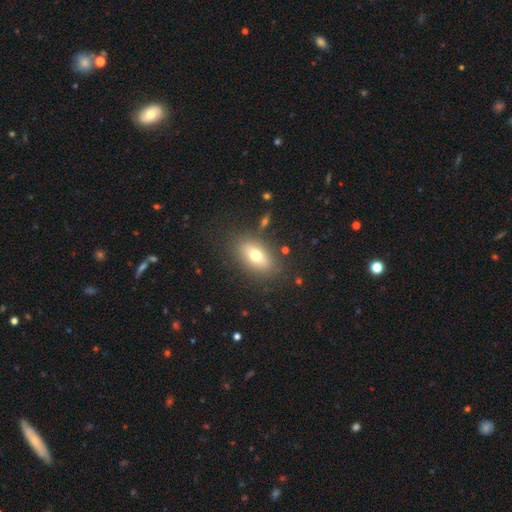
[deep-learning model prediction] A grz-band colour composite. It shows a smooth galaxy with no disk features (69%) that is in between round and cigar-shaped (84%). Merging: none (82%).